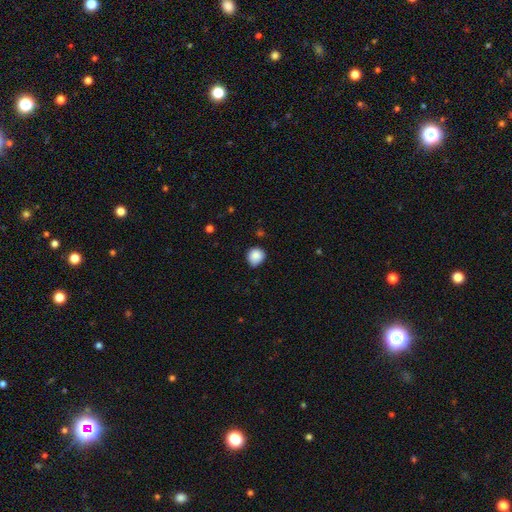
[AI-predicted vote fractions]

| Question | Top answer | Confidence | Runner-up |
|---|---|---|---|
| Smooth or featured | smooth | 86% | star or artifact (9%) |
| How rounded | round | 82% | in between (17%) |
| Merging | none | 72% | minor disturbance (23%) |